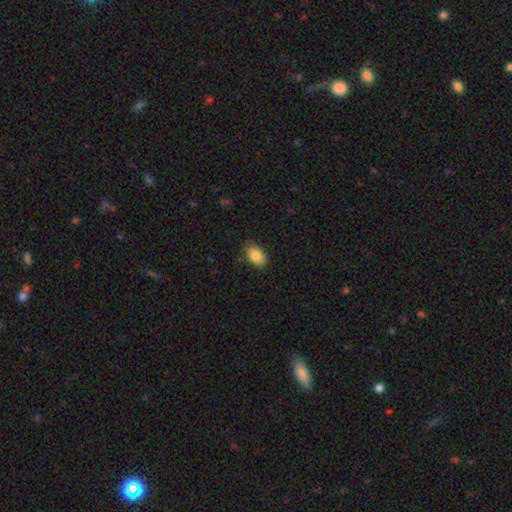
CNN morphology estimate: A smooth galaxy with no disk features (85%) that is in between round and cigar-shaped (87%).

Vote fractions:
- Smooth or featured? smooth: 85% / star or artifact: 8% / featured or disk: 7%
- How rounded? in between: 87% / round: 11% / cigar-shaped: 1%
- Merging? none: 82% / minor disturbance: 14% / major disturbance: 3% / merger: 1%